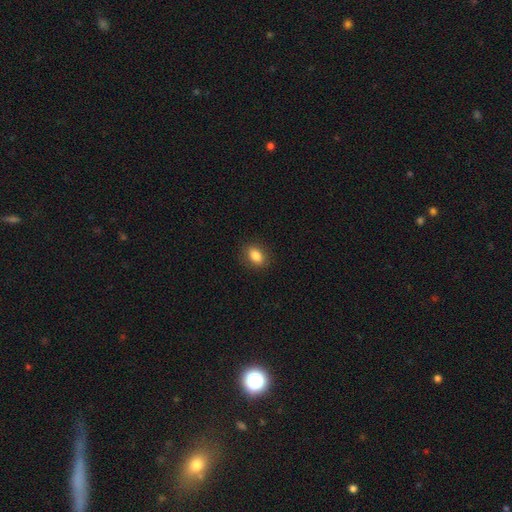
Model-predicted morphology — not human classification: A smooth galaxy with no disk features (85%) that is in between round and cigar-shaped (77%).

Vote fractions:
- Smooth or featured? smooth: 85% / star or artifact: 9% / featured or disk: 6%
- How rounded? in between: 77% / round: 22% / cigar-shaped: 2%
- Merging? none: 88% / minor disturbance: 9% / major disturbance: 2% / merger: 1%